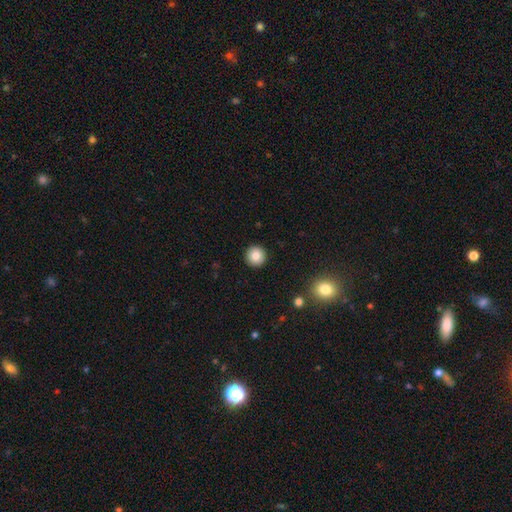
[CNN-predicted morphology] smooth 84%, star or artifact 9%, featured or disk 6%. Down the decision tree: how rounded — round (95%); merging — none (93%).